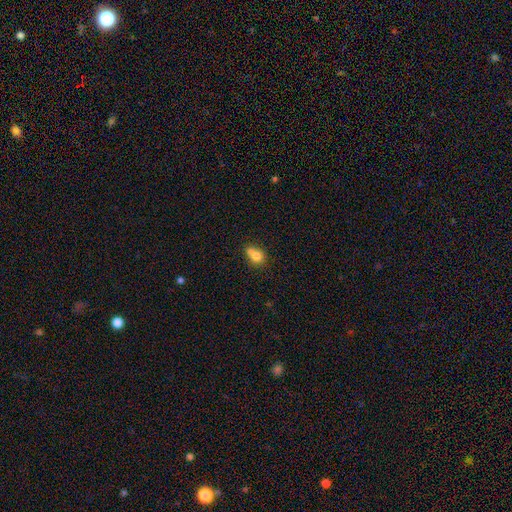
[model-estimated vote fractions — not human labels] Morphology: type=smooth (75%); roundness=round (64%); merging=merger (51%).